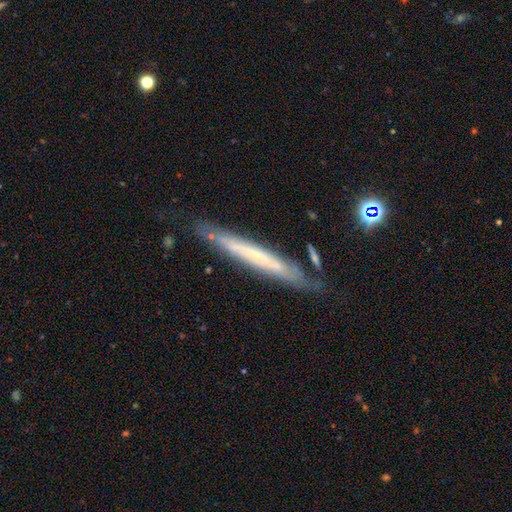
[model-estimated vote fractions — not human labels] This appears to be a featured or disk galaxy (58%) viewed edge-on (84%). Merging: none (75%).